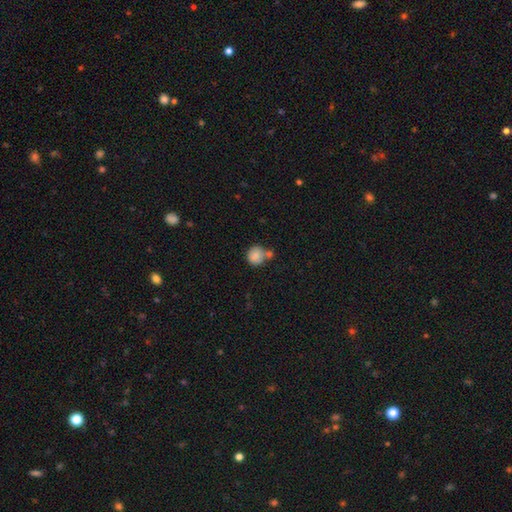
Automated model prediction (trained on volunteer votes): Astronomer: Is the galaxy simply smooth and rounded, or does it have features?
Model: smooth — 83%.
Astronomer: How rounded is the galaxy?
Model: round — 85%.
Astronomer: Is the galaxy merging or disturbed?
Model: none — 51% (runner-up: merger, 28%).